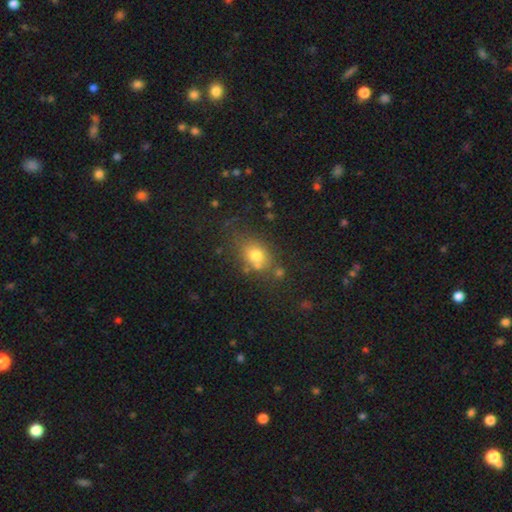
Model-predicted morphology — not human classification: This is likely a smooth galaxy (73%). How rounded: possibly in between (59%). Merging: possibly none (60%).